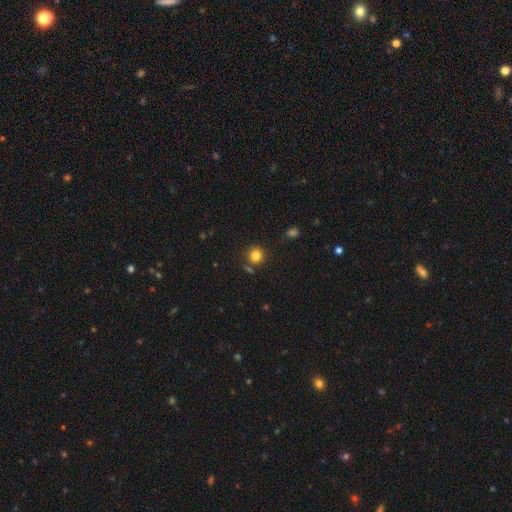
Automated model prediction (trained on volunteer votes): Smooth or featured? Predicted: smooth (p=0.82). How rounded? Predicted: round (p=0.90). Merging? Predicted: none (p=0.78).